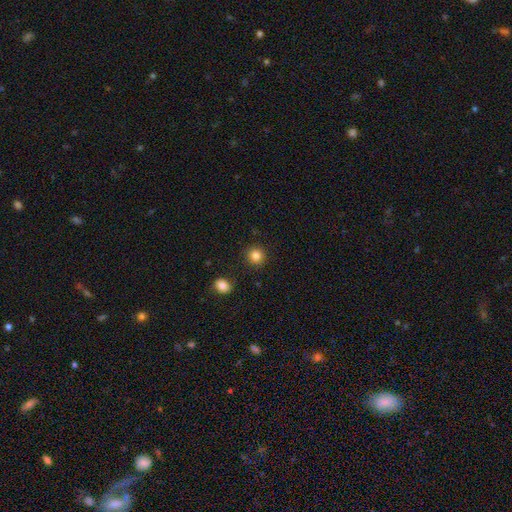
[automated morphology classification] type=smooth (85%); roundness=round (92%); merging=none (90%).